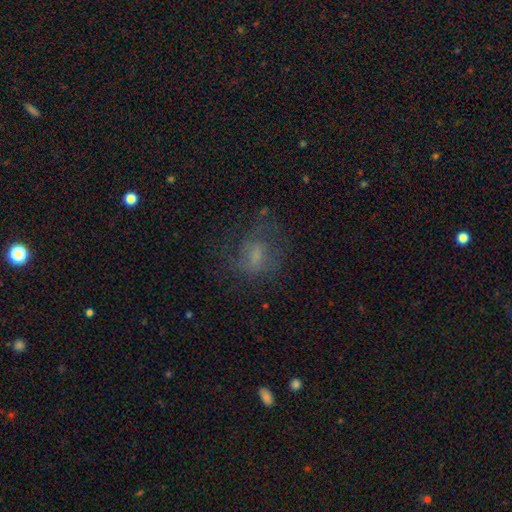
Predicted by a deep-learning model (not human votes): Smooth or featured? Predicted: smooth (p=0.47). Merging? Predicted: none (p=0.54).